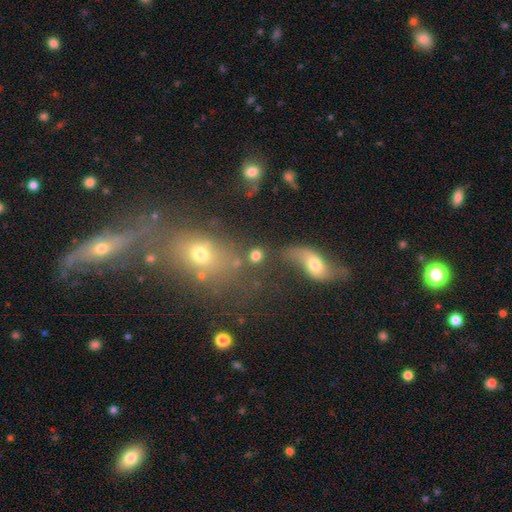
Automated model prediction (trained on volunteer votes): This appears to be a smooth galaxy with no disk features (76%) that is round (62%). Merging: none (55%).